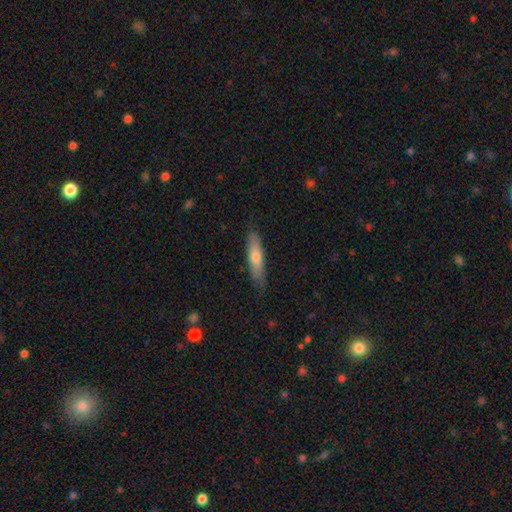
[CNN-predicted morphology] Smooth or featured? smooth (53%)
How rounded? cigar-shaped (83%)
Merging? none (85%)